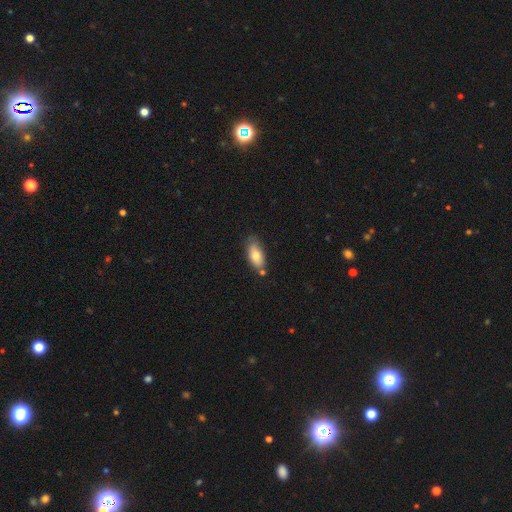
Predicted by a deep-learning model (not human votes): A smooth galaxy with no disk features (74%) that is in between round and cigar-shaped (87%).

Vote fractions:
- Smooth or featured? smooth: 74% / featured or disk: 19% / star or artifact: 7%
- How rounded? in between: 87% / cigar-shaped: 10% / round: 4%
- Merging? none: 67% / minor disturbance: 20% / merger: 9% / major disturbance: 4%